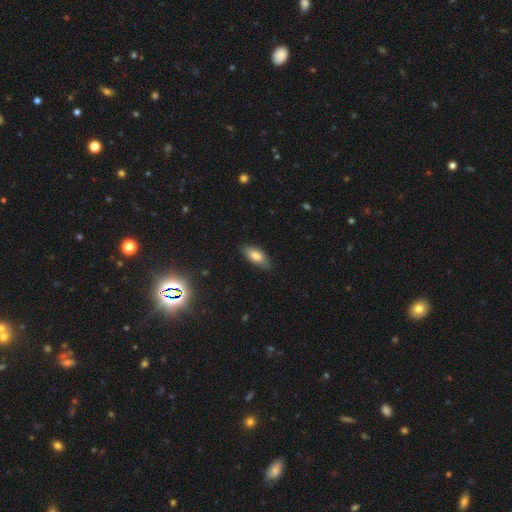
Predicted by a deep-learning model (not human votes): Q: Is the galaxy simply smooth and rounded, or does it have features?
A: smooth — 76%.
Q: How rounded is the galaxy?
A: in between — 83%.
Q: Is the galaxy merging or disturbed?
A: none — 78%.